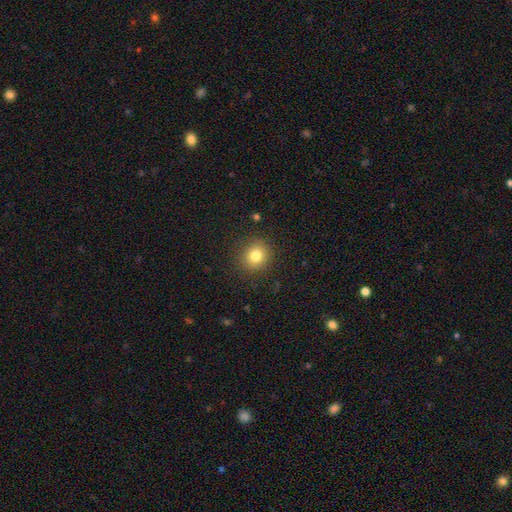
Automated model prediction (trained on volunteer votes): The model was most divided on "smooth or featured": smooth: 80%, star or artifact: 12%, featured or disk: 8%. More confident: merging — none (89%); how rounded — round (85%).